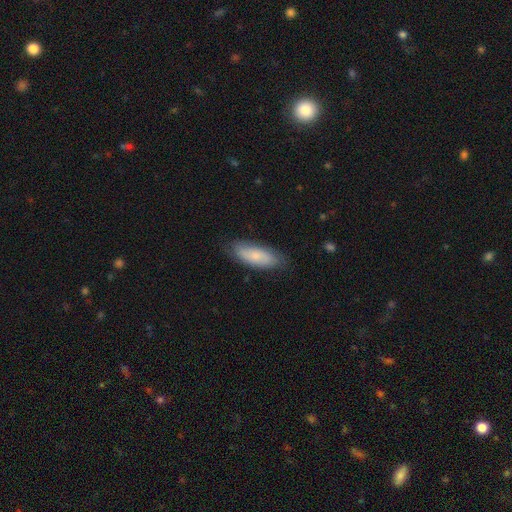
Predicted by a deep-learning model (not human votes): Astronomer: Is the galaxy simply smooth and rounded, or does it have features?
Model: smooth — 68%.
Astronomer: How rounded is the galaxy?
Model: in between — 71%.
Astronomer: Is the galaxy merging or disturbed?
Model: none — 78%.